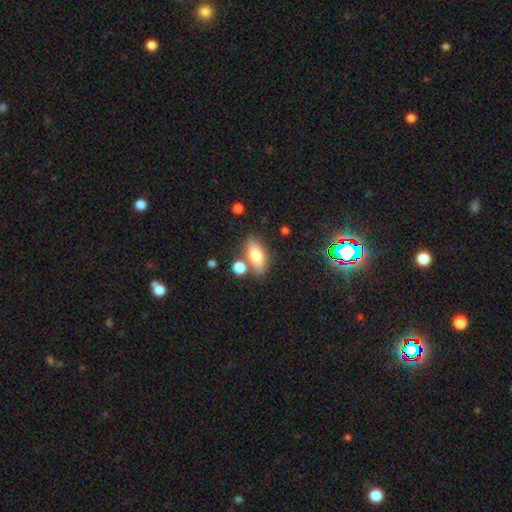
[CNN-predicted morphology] type=smooth (72%); roundness=in between (79%); merging=none (72%).